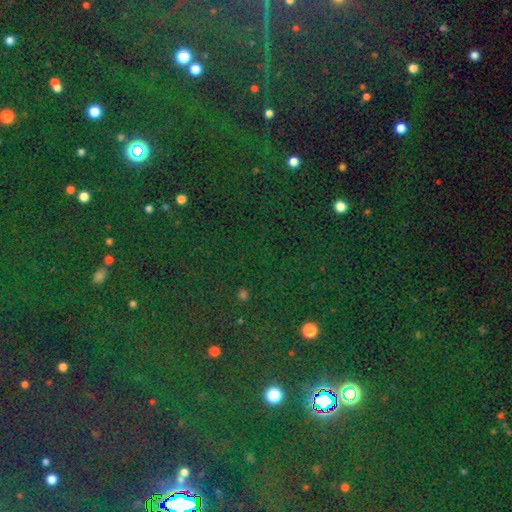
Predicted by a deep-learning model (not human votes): This is clearly a star or artifact rather than a galaxy (80%).